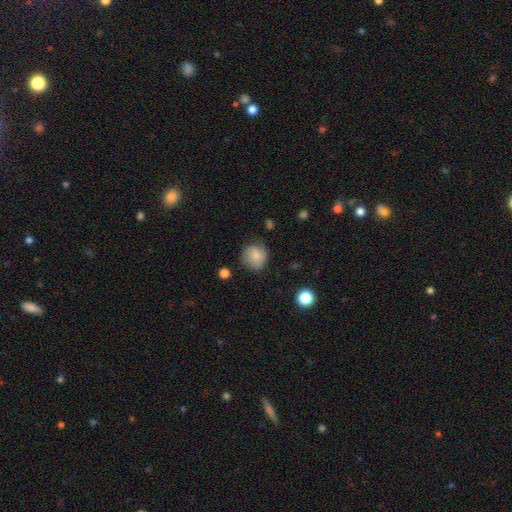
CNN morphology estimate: smooth-or-featured: smooth: 79% | featured or disk: 12% | star or artifact: 9%
  how-rounded: round: 84% | in between: 15% | cigar-shaped: 1%
  merging: none: 68% | minor disturbance: 24% | major disturbance: 6% | merger: 2%